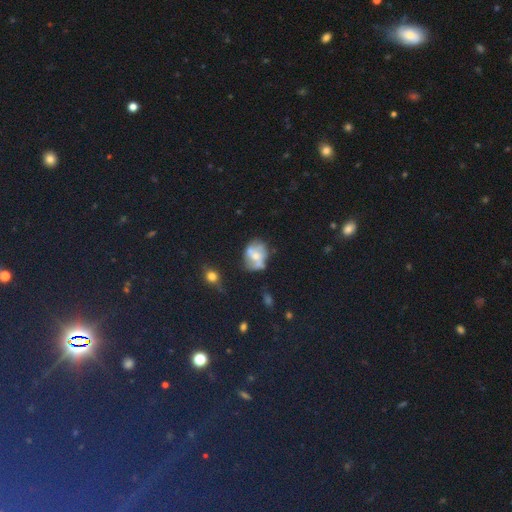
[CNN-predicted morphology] Smooth or featured?
  - featured or disk: 51% *
  - smooth: 37%
  - star or artifact: 11%
Edge-on disk?
  - no: 96% *
  - yes: 4%
Merging?
  - none: 44% *
  - minor disturbance: 22%
  - merger: 20%
  - major disturbance: 14%